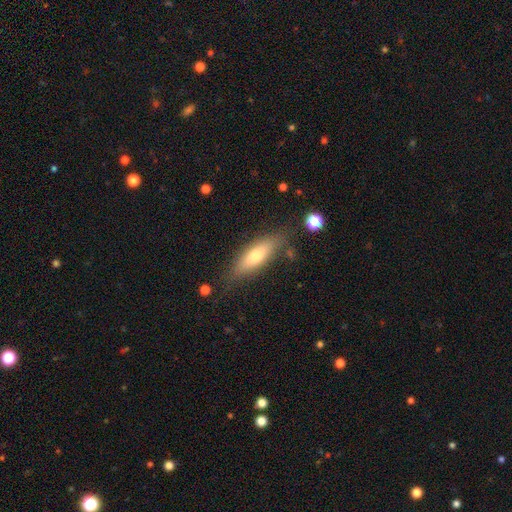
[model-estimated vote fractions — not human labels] Smooth or featured? smooth (64%)
How rounded? cigar-shaped (50%)
Merging? none (77%)